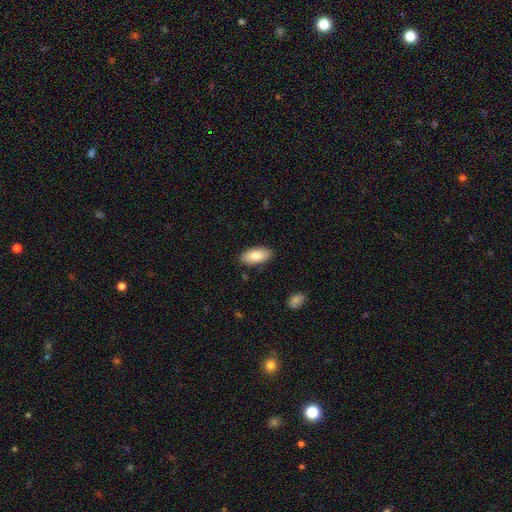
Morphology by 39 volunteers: Overall: smooth (87%). How rounded: in between (97%). Merging: none (84%).